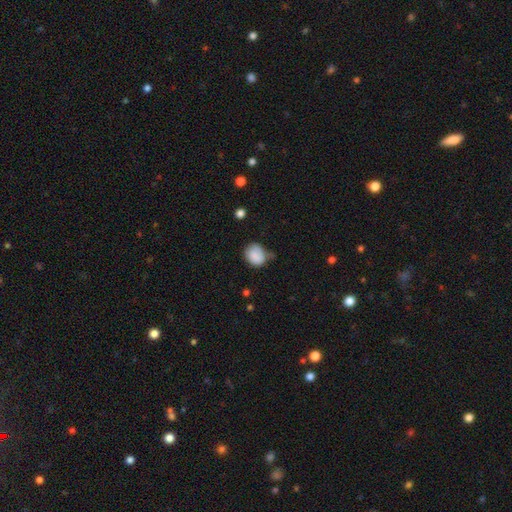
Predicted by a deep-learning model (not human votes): This is clearly a smooth galaxy (83%). How rounded: possibly round (60%). Merging: possibly none (48%).